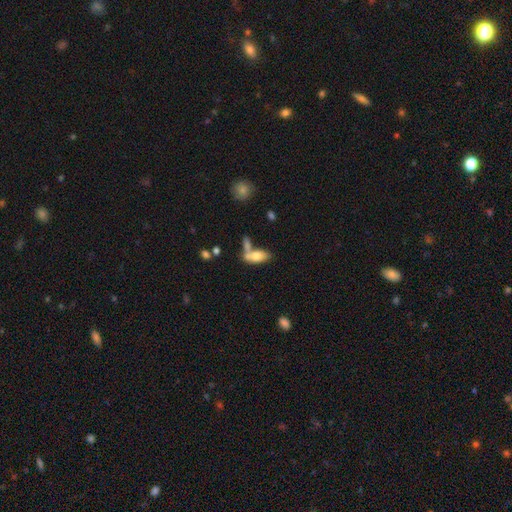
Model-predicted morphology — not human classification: smooth_or_featured: smooth (p=0.73) [alt: featured or disk p=0.19]
how_rounded: in between (p=0.83) [alt: cigar-shaped p=0.14]
merging: merger (p=0.45) [alt: none p=0.35]